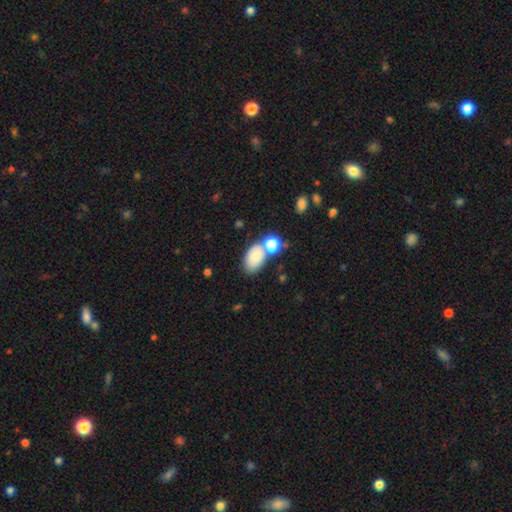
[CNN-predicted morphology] smooth 81%, star or artifact 10%, featured or disk 9%. Down the decision tree: how rounded — in between (90%); merging — none (55%).